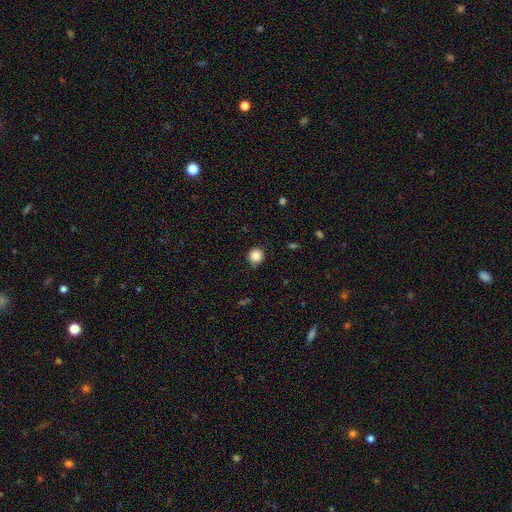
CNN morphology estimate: A smooth galaxy with no disk features (85%) that is round (92%). Merging: none (84%).